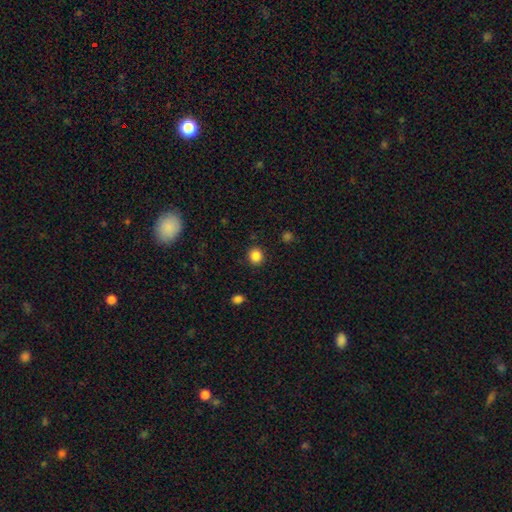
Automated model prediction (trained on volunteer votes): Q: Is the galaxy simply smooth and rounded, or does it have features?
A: smooth — 85%.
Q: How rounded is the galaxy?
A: round — 90%.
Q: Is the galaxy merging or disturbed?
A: none — 91%.